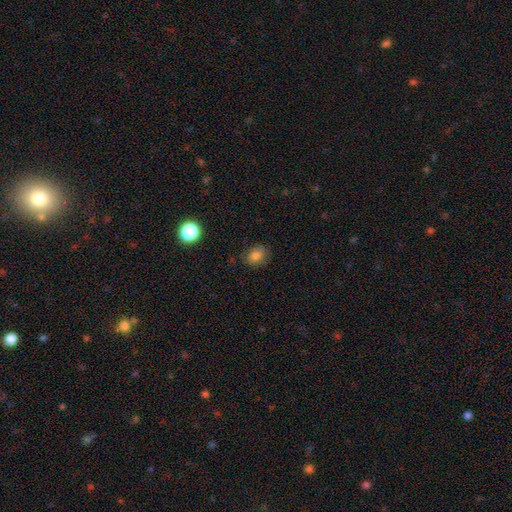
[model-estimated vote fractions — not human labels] This is clearly a smooth galaxy (80%). How rounded: possibly in between (58%). Merging: likely none (78%).